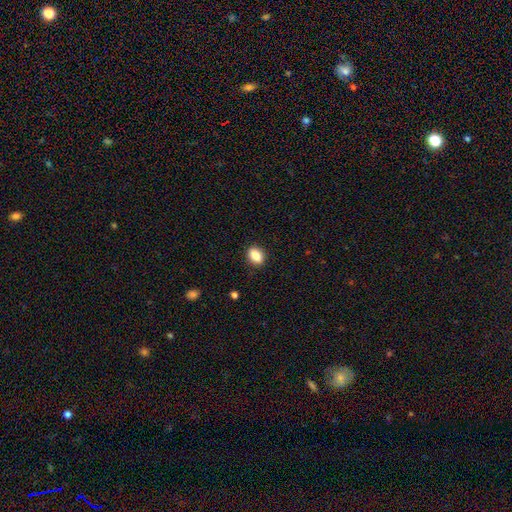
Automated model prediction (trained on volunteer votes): A smooth galaxy with no disk features (86%) that is in between round and cigar-shaped (77%).

Vote fractions:
- Smooth or featured? smooth: 86% / star or artifact: 8% / featured or disk: 6%
- How rounded? in between: 77% / round: 21% / cigar-shaped: 2%
- Merging? none: 89% / minor disturbance: 8% / major disturbance: 2% / merger: 1%